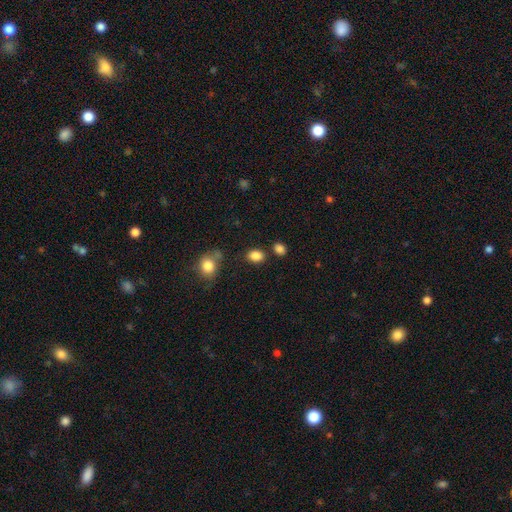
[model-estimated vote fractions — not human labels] smooth_or_featured: smooth (p=0.86) [alt: star or artifact p=0.10]
how_rounded: in between (p=0.70) [alt: round p=0.29]
merging: none (p=0.76) [alt: minor disturbance p=0.11]